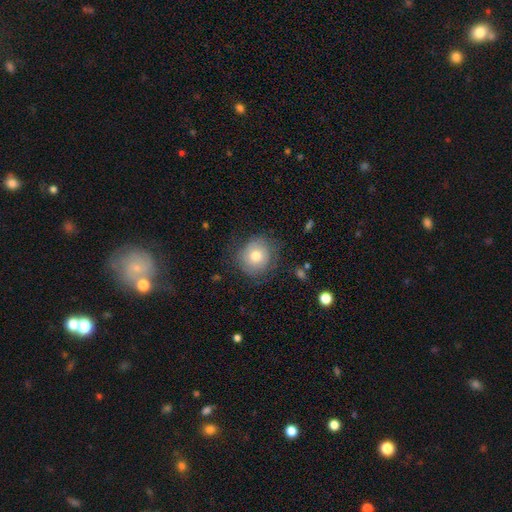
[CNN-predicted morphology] A smooth galaxy with no disk features (66%) that is round (86%). Merging: none (72%).